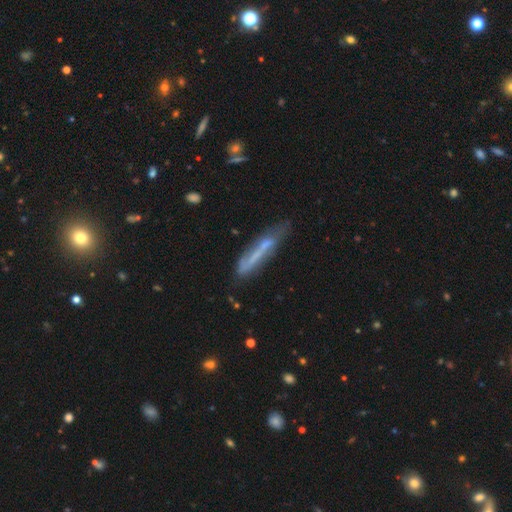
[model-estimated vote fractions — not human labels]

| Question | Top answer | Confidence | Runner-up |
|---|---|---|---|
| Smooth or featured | featured or disk | 50% | smooth (41%) |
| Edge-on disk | yes | 61% | no (39%) |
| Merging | none | 57% | minor disturbance (26%) |